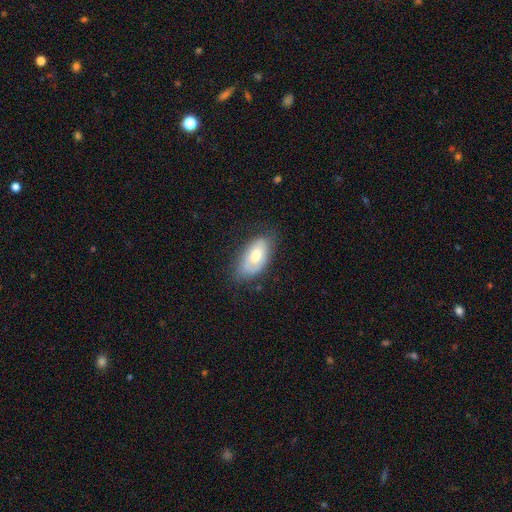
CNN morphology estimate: The model was most divided on "smooth or featured": smooth: 56%, featured or disk: 37%, star or artifact: 8%. More confident: how rounded — in between (93%); merging — none (70%).